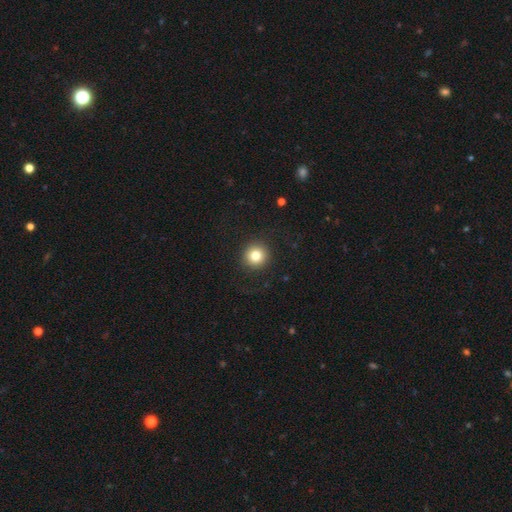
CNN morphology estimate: This is clearly a smooth galaxy (81%). How rounded: clearly round (95%). Merging: clearly none (91%).